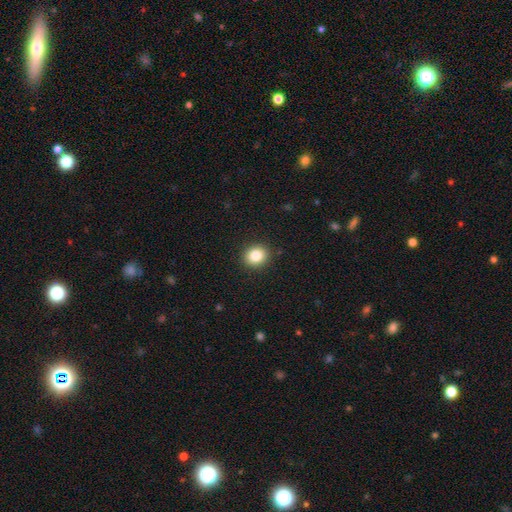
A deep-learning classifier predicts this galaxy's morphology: Smooth or featured?
  - smooth: 84% *
  - star or artifact: 10%
  - featured or disk: 6%
How rounded?
  - round: 75% *
  - in between: 24%
  - cigar-shaped: 1%
Merging?
  - none: 91% *
  - minor disturbance: 6%
  - major disturbance: 2%
  - merger: 1%